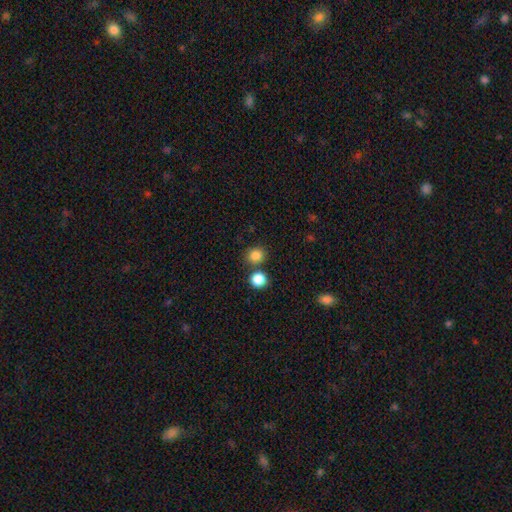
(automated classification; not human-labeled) A smooth galaxy with no disk features (83%) that is round (82%).

Vote fractions:
- Smooth or featured? smooth: 83% / star or artifact: 12% / featured or disk: 4%
- How rounded? round: 82% / in between: 17% / cigar-shaped: 1%
- Merging? none: 72% / merger: 17% / minor disturbance: 8% / major disturbance: 3%